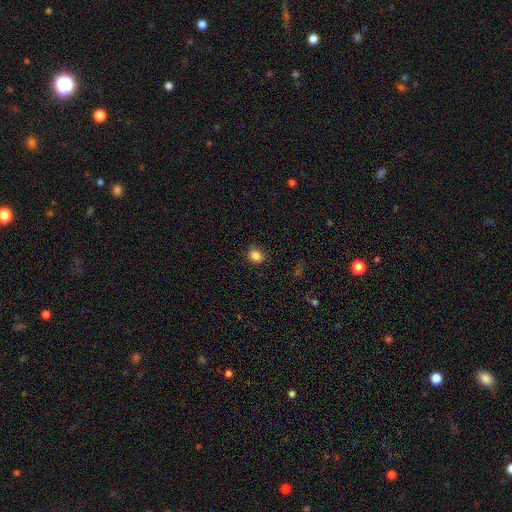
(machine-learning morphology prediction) This is clearly a smooth galaxy (85%). How rounded: likely round (67%). Merging: clearly none (83%).